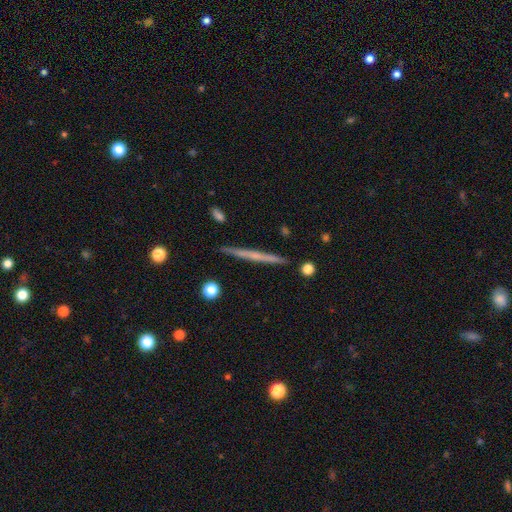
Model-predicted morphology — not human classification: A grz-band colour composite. It shows a featured or disk galaxy (57%) viewed edge-on (98%) with no central bulge (78%). Merging: none (92%).